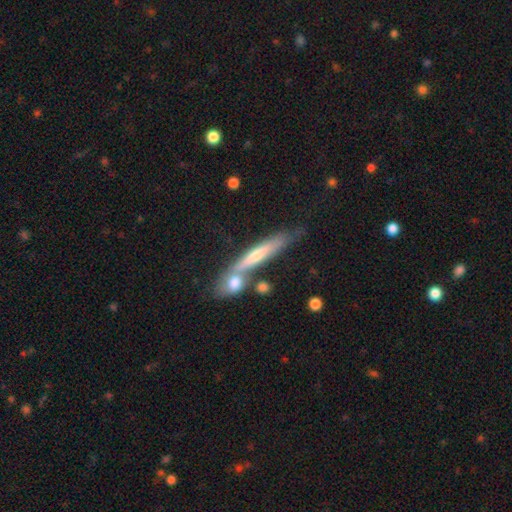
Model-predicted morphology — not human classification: Smooth or featured?
  - featured or disk: 56% *
  - smooth: 36%
  - star or artifact: 8%
Edge-on disk?
  - yes: 88% *
  - no: 12%
Merging?
  - none: 55% *
  - merger: 27%
  - minor disturbance: 13%
  - major disturbance: 5%